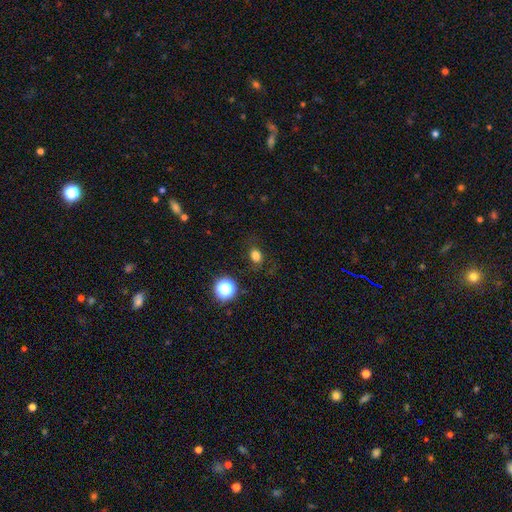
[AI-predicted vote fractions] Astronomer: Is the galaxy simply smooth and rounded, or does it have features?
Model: smooth — 77%.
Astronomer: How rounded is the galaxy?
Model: in between — 56% (runner-up: round, 43%).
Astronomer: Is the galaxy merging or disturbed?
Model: none — 75%.